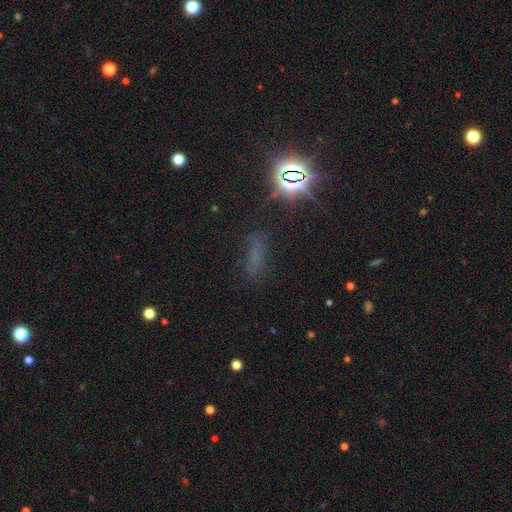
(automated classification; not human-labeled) A star or artifact, not a galaxy (44%).